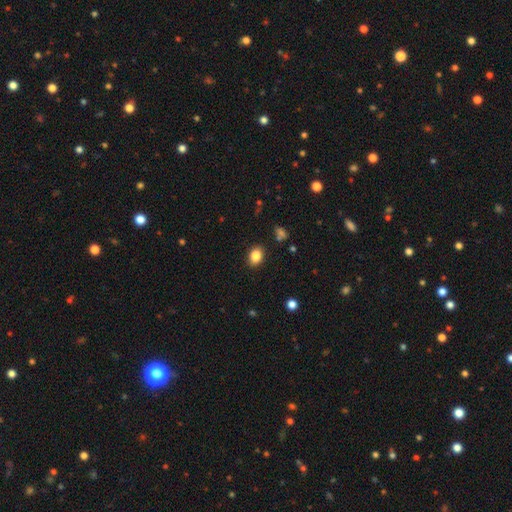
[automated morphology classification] Smooth or featured: smooth — 85% (star or artifact — 10%)
How rounded: in between — 70% (round — 28%)
Merging: none — 87% (minor disturbance — 9%)